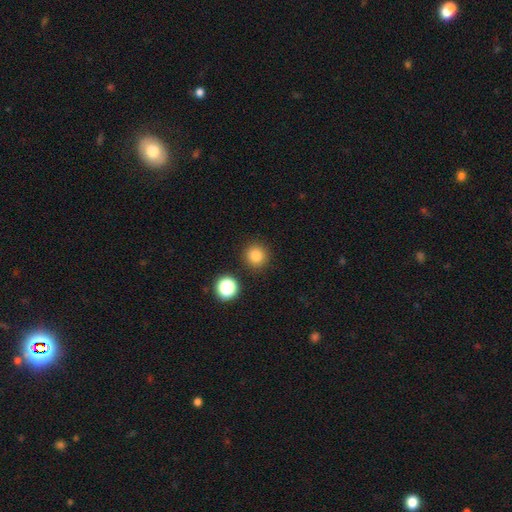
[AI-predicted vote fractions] A smooth galaxy with no disk features (81%) that is round (92%). Merging: none (88%).